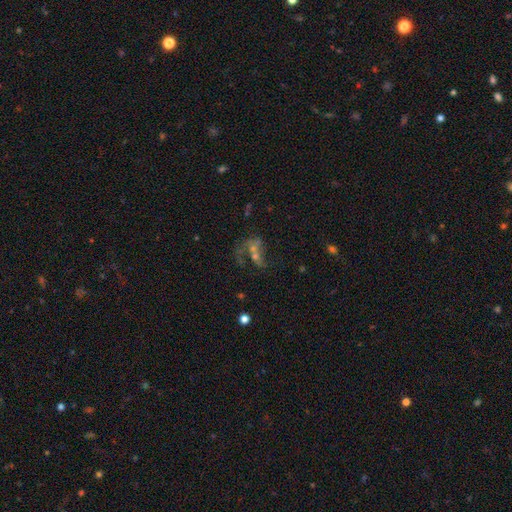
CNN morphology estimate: Overall: featured or disk (50%; star or artifact 27%). Merging: merger (36%; none 28%).